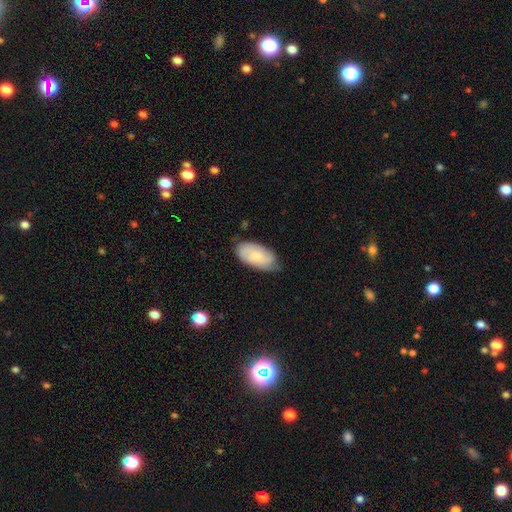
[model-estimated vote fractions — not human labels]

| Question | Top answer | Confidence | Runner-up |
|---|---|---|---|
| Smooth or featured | smooth | 69% | featured or disk (25%) |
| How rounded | in between | 94% | cigar-shaped (4%) |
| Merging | none | 67% | minor disturbance (27%) |